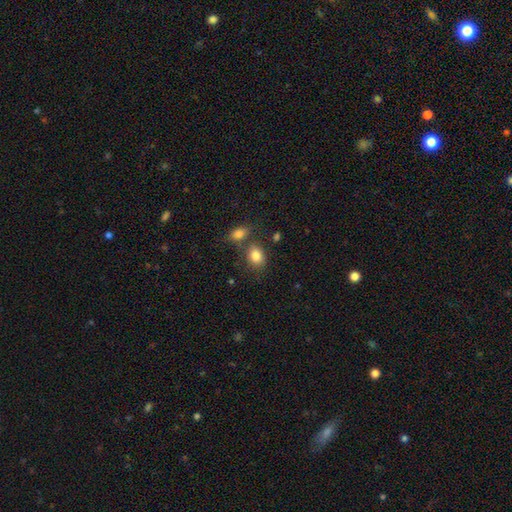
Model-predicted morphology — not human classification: smooth 83%, star or artifact 9%, featured or disk 7%. Down the decision tree: how rounded — in between (66%); merging — none (64%).